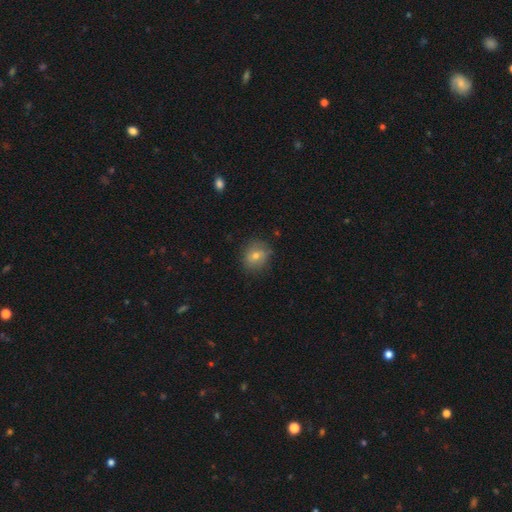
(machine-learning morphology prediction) Smooth or featured? smooth (67%)
How rounded? round (70%)
Merging? none (75%)